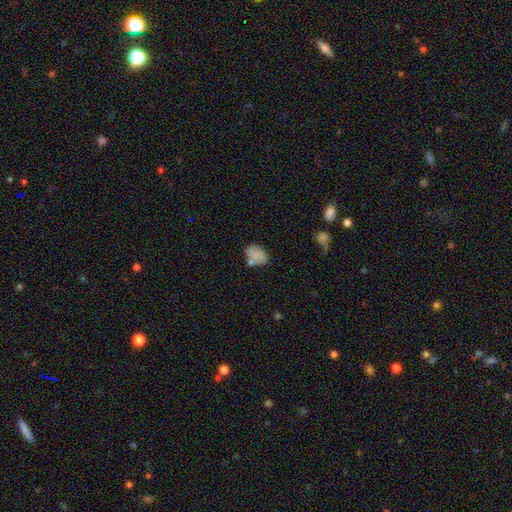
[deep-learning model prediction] Morphology: type=smooth (80%); roundness=in between (81%); merging=none (59%).